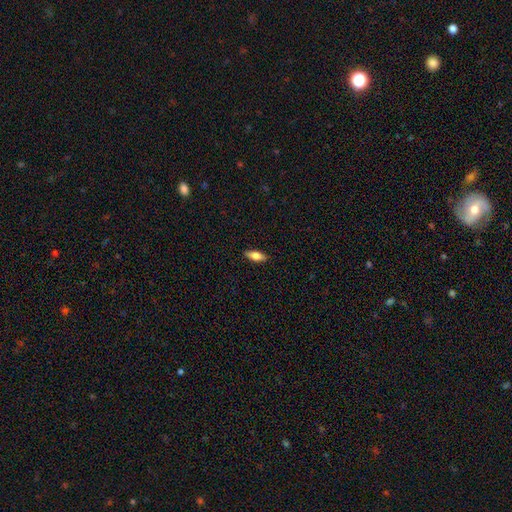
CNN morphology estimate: smooth 71%, featured or disk 22%, star or artifact 7%. Down the decision tree: how rounded — in between (71%); merging — none (89%).